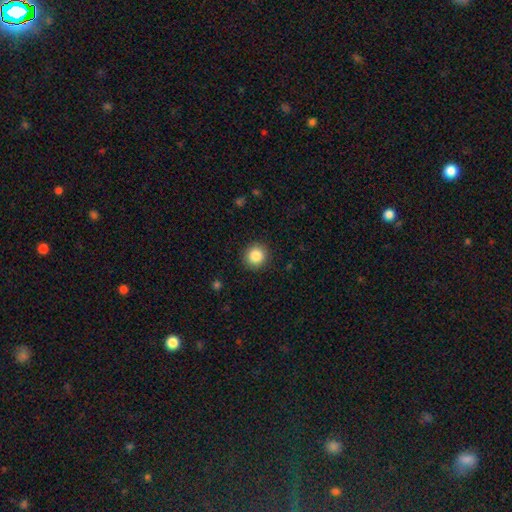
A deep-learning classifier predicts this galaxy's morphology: This appears to be a smooth galaxy with no disk features (86%) that is round (91%). Merging: none (91%).